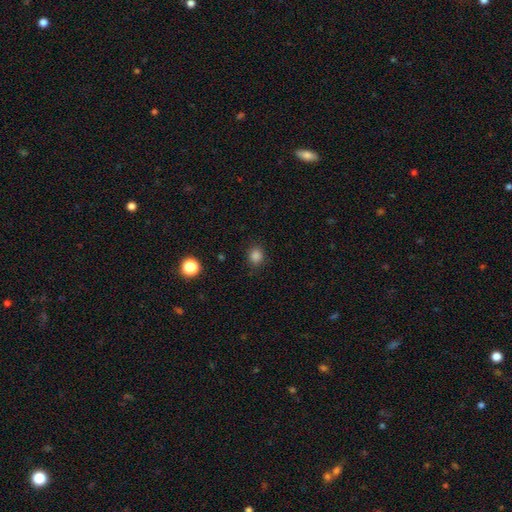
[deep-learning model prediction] This appears to be a smooth galaxy with no disk features (83%) that is round (74%). Merging: none (88%).